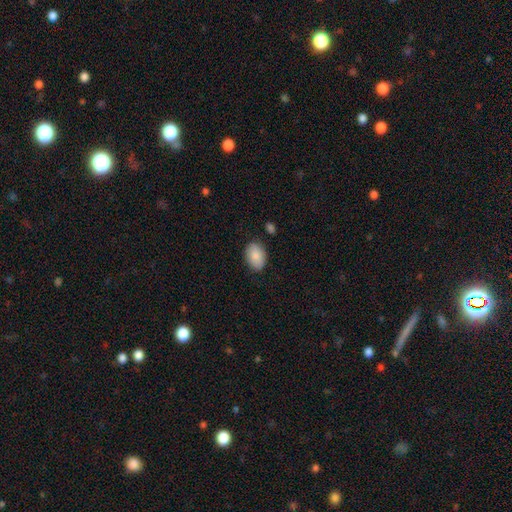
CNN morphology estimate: smooth 88%, star or artifact 6%, featured or disk 6%. Down the decision tree: how rounded — in between (84%); merging — none (83%).